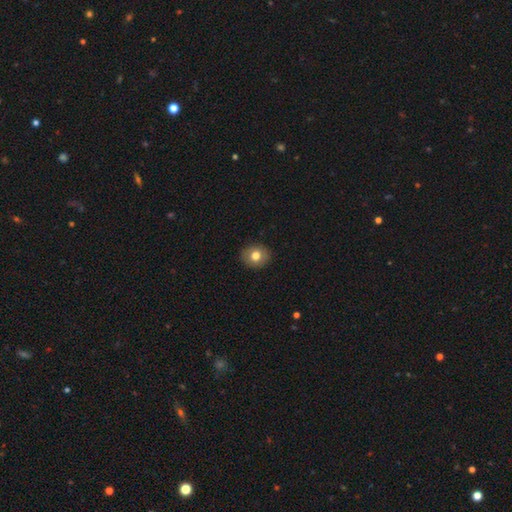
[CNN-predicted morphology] Overall: smooth (78%). How rounded: round (70%; in between 30%). Merging: none (91%).